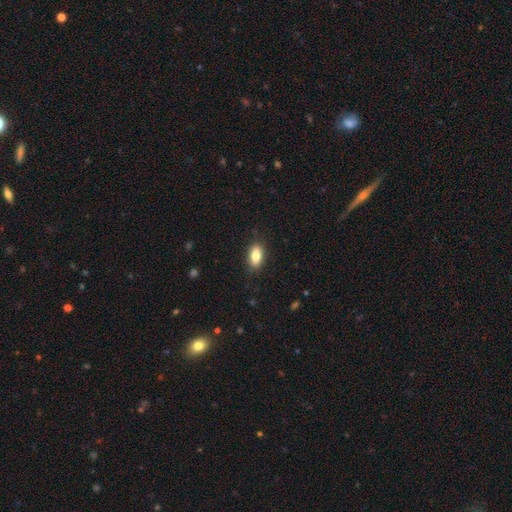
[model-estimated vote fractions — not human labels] Q: Smooth or featured?
A: smooth (83%); runner-up: featured or disk (10%)
Q: How rounded?
A: in between (88%); runner-up: cigar-shaped (7%)
Q: Merging?
A: none (86%); runner-up: minor disturbance (10%)